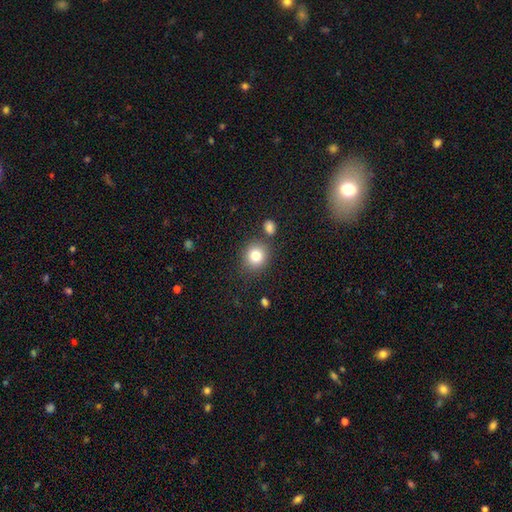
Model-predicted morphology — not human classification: A smooth galaxy with no disk features (81%) that is round (84%). Merging: none (78%).